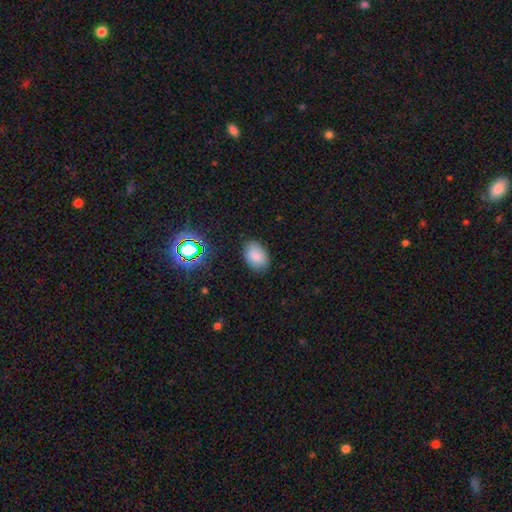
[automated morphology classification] Smooth or featured: smooth — 82% (star or artifact — 12%)
How rounded: in between — 81% (round — 18%)
Merging: none — 83% (minor disturbance — 13%)